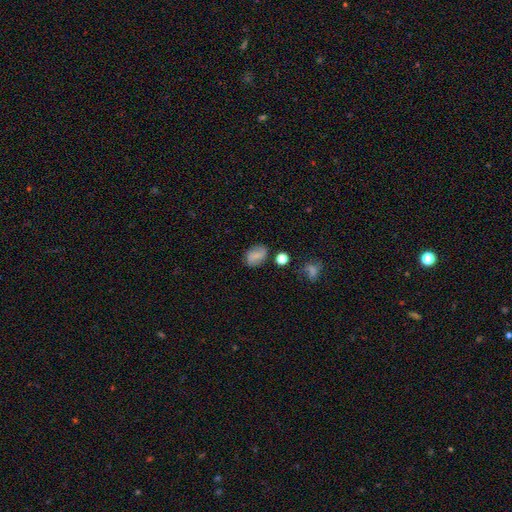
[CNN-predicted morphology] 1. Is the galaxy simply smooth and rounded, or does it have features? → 62% smooth, 27% featured or disk, 11% star or artifact.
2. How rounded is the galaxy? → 75% in between, 23% round, 2% cigar-shaped.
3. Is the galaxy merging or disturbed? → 73% none, 18% minor disturbance, 5% major disturbance, 5% merger.